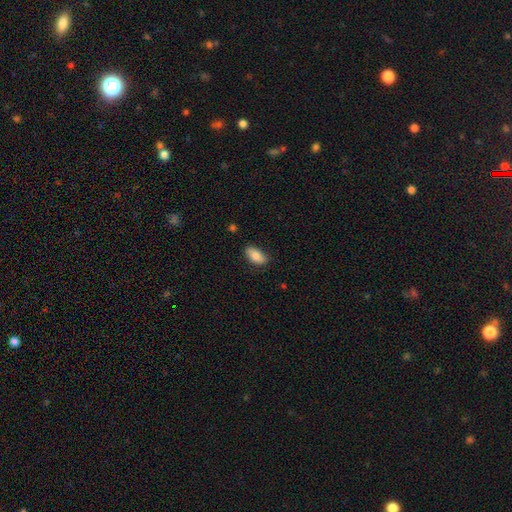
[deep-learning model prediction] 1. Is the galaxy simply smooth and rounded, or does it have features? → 82% smooth, 11% featured or disk, 7% star or artifact.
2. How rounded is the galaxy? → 91% in between, 6% cigar-shaped, 3% round.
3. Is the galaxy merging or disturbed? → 81% none, 15% minor disturbance, 3% major disturbance, 1% merger.